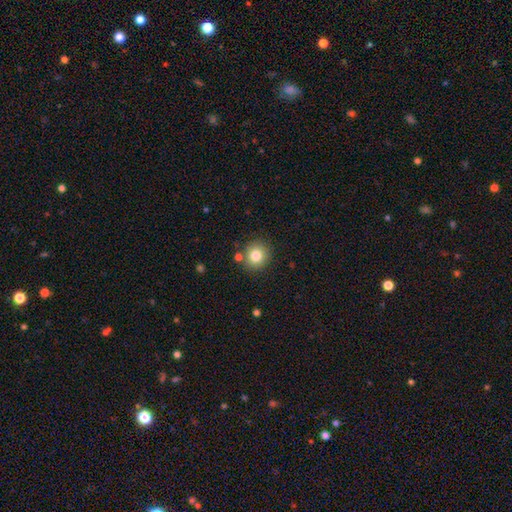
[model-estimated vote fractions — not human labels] Morphology: type=smooth (81%); roundness=round (87%); merging=none (83%).